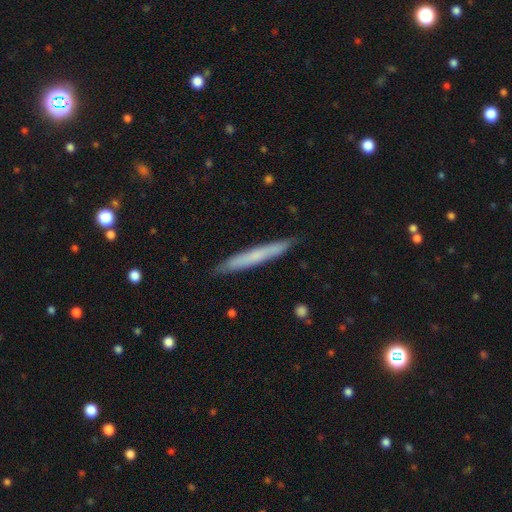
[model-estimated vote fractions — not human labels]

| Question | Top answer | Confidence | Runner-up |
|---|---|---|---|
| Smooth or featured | smooth | 58% | featured or disk (36%) |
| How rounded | cigar-shaped | 96% | in between (2%) |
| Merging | none | 89% | minor disturbance (8%) |